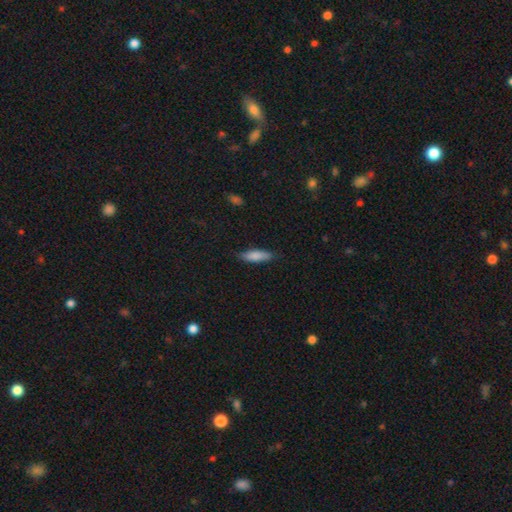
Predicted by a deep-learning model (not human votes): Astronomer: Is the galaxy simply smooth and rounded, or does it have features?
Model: smooth — 84%.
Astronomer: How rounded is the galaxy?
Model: cigar-shaped — 54% (runner-up: in between, 44%).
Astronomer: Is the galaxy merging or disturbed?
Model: none — 82%.